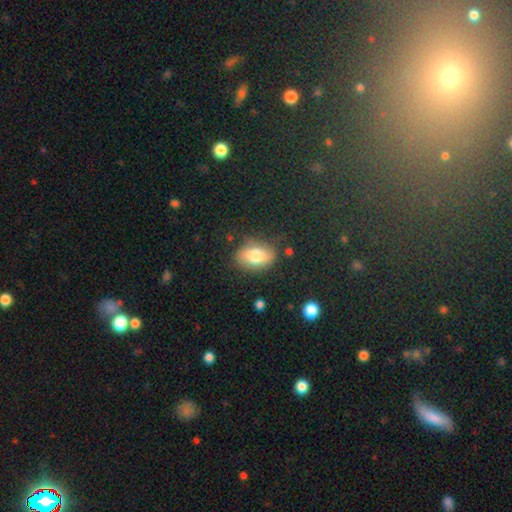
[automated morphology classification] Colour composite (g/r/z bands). It shows a smooth galaxy with no disk features (76%) that is in between round and cigar-shaped (83%). Merging: none (73%).